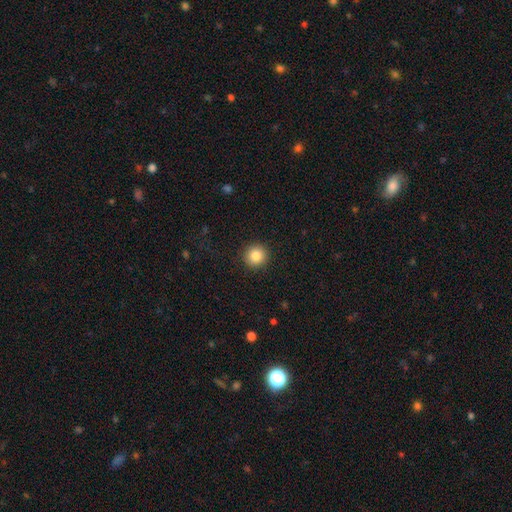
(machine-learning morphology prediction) smooth_or_featured: smooth (p=0.84) [alt: star or artifact p=0.10]
how_rounded: round (p=0.94) [alt: in between p=0.05]
merging: none (p=0.92) [alt: minor disturbance p=0.05]